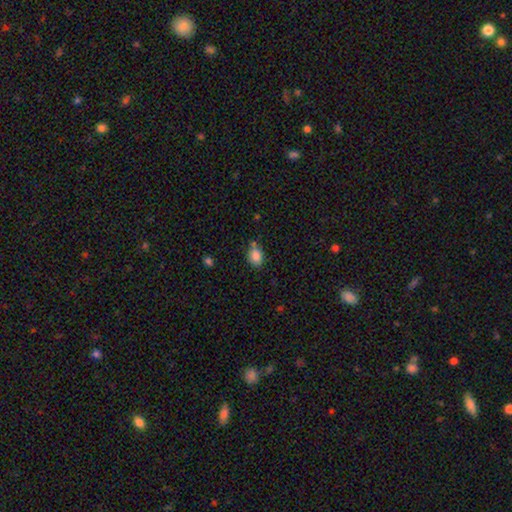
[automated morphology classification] type=smooth (86%); roundness=in between (68%); merging=none (68%).